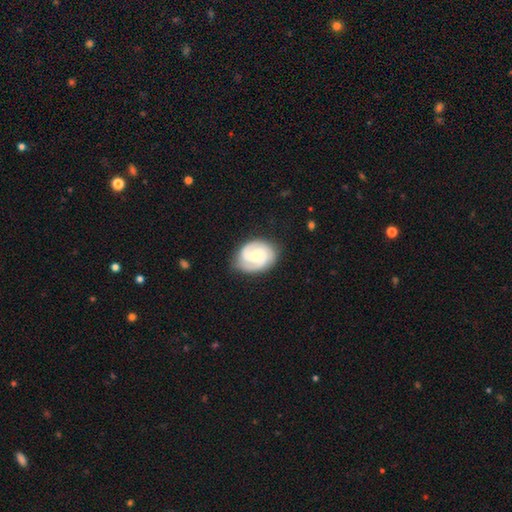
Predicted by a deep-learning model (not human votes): This appears to be a featured or disk galaxy (82%) with a weak bar (51%), 2 (75%) tight (46%) spiral arms (97%) and a small central bulge (45%). Merging: none (78%).